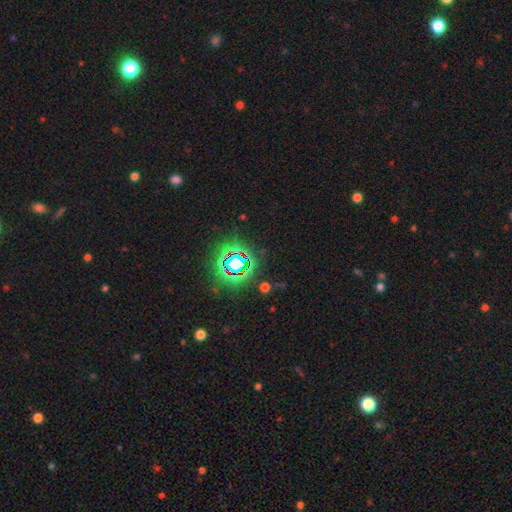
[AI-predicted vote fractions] The model was most divided on "smooth or featured": star or artifact: 80%, smooth: 12%, featured or disk: 8%.